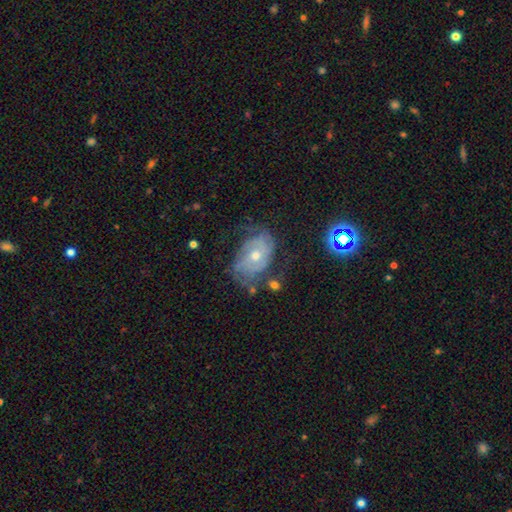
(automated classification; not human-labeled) Smooth or featured? featured or disk (77%)
Edge-on disk? no (96%)
Bar? no (71%)
Spiral arms? yes (89%)
Spiral winding? tight (60%)
Spiral arm count? can't tell (38%)
Bulge size? moderate (63%)
Merging? none (58%)